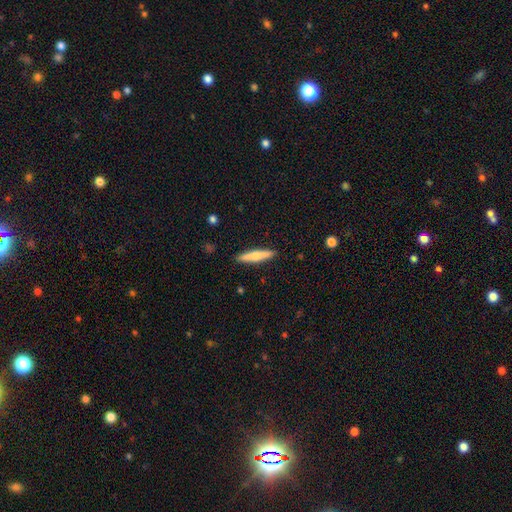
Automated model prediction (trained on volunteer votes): Overall: smooth (63%; featured or disk 31%). How rounded: cigar-shaped (88%). Merging: none (90%).